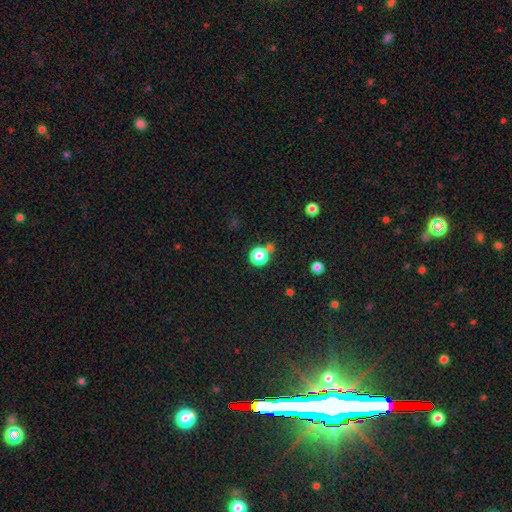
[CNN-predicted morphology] A smooth galaxy with no disk features (82%) that is round (94%). Merging: none (71%).